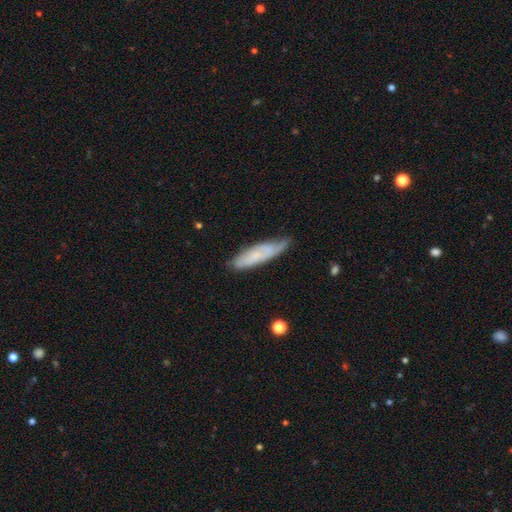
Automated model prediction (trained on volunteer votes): Smooth or featured: smooth — 49% (featured or disk — 44%)
Merging: none — 61% (minor disturbance — 29%)